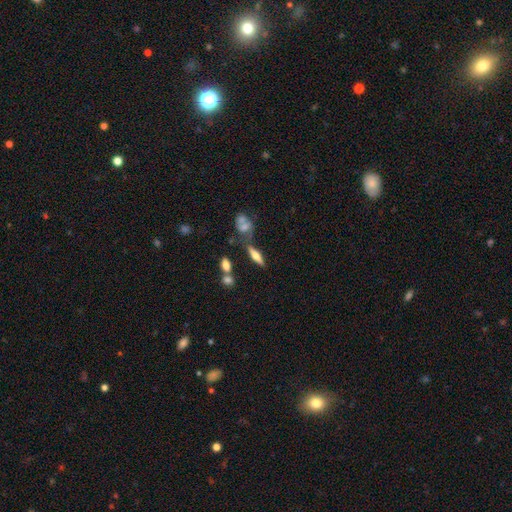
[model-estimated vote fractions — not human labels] smooth_or_featured: smooth (p=0.47) [alt: featured or disk p=0.43]
merging: none (p=0.65) [alt: minor disturbance p=0.15]